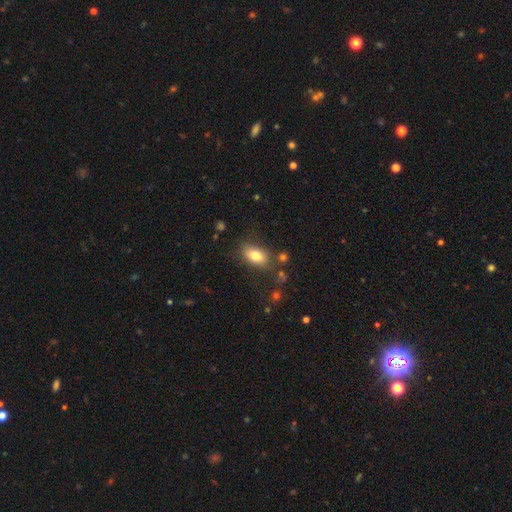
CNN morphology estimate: smooth 79%, featured or disk 13%, star or artifact 8%. Down the decision tree: how rounded — in between (88%); merging — none (76%).